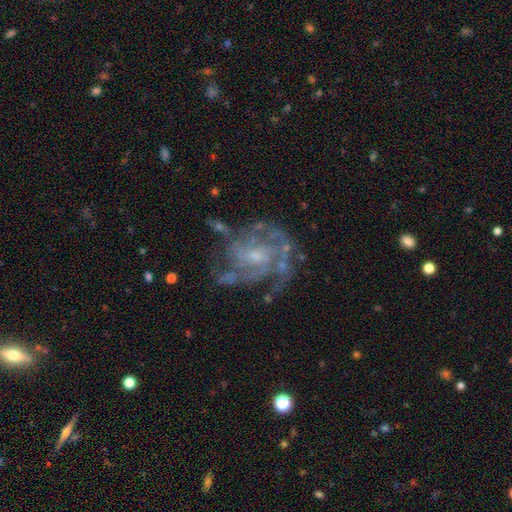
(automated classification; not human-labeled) A featured or disk galaxy (85%) with no bar (57%), 3 (28%, tied with can't tell) tight (49%) spiral arms (92%) and a small central bulge (61%). Merging: none (61%).